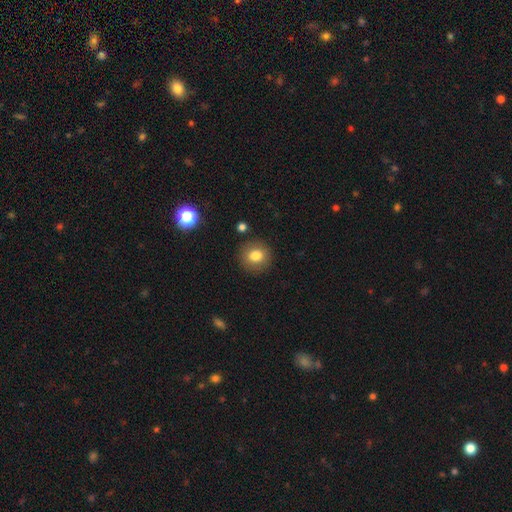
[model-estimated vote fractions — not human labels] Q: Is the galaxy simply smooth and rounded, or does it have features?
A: smooth — 80%.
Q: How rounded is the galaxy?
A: round — 88%.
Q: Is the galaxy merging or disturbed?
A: none — 89%.